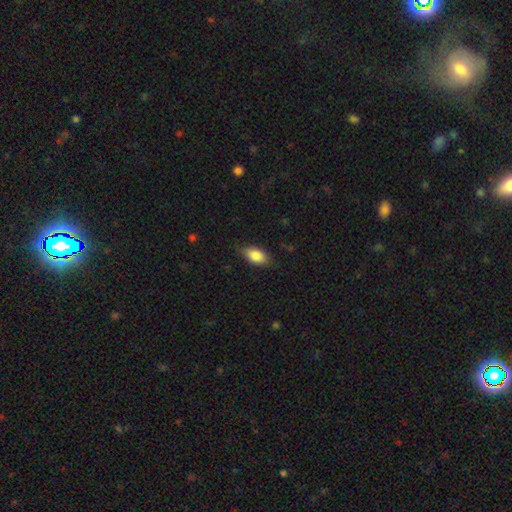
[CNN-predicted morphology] Overall: smooth (83%). How rounded: in between (90%). Merging: none (77%).